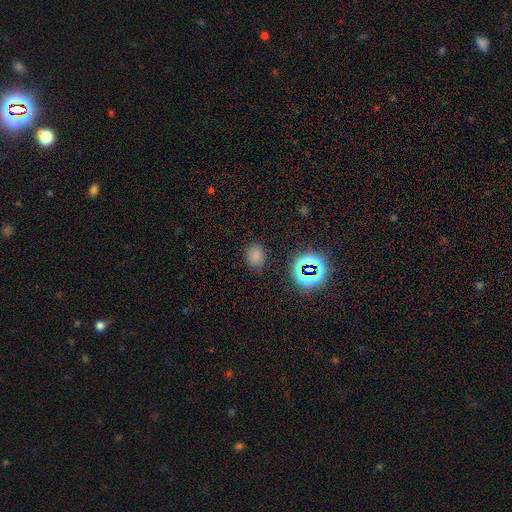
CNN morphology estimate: This appears to be a smooth galaxy with no disk features (69%) that is in between round and cigar-shaped (53%). Merging: none (82%).